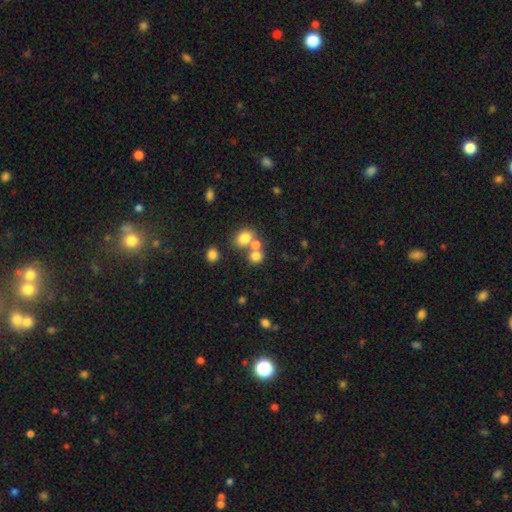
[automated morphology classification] A smooth galaxy with no disk features (73%) that is round (72%).

Vote fractions:
- Smooth or featured? smooth: 73% / star or artifact: 15% / featured or disk: 12%
- How rounded? round: 72% / in between: 27% / cigar-shaped: 1%
- Merging? merger: 44% / none: 43% / minor disturbance: 8% / major disturbance: 5%